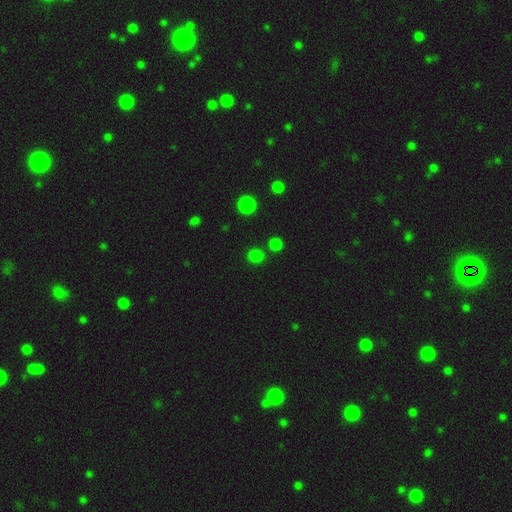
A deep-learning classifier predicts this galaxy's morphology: Smooth or featured: smooth — 78% (star or artifact — 19%)
How rounded: round — 87% (in between — 12%)
Merging: none — 81% (merger — 9%)